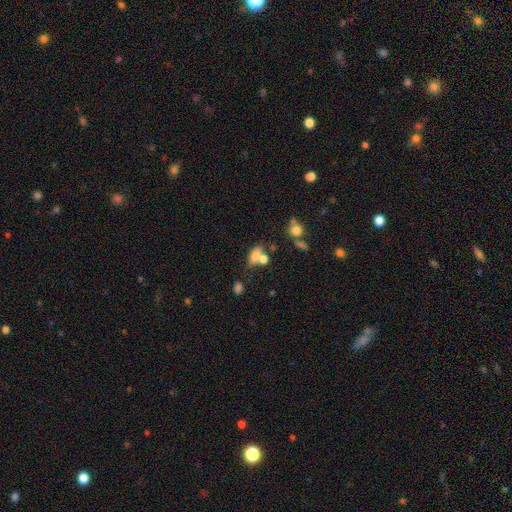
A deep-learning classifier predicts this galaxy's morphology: Q: Smooth or featured?
A: smooth (71%); runner-up: featured or disk (17%)
Q: How rounded?
A: in between (79%); runner-up: round (13%)
Q: Merging?
A: none (39%); runner-up: merger (38%)